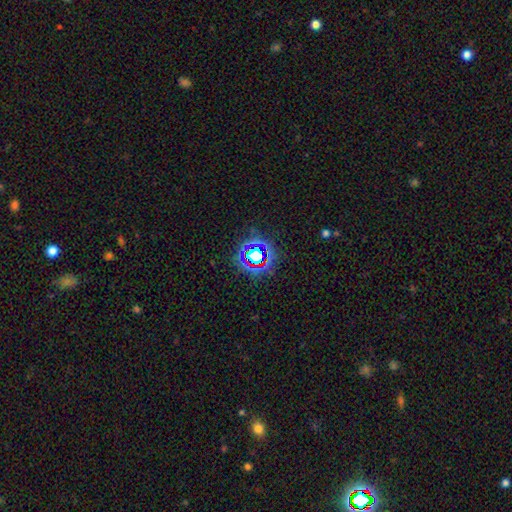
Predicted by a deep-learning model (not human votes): Smooth or featured: star or artifact — 66% (smooth — 22%)